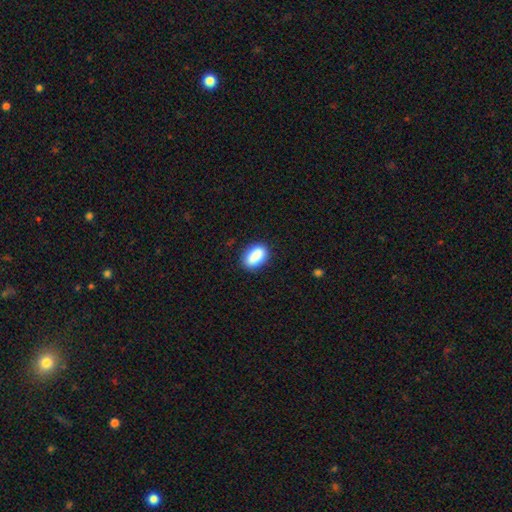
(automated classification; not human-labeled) The model was most divided on "merging": none: 84%, minor disturbance: 12%, major disturbance: 3%, merger: 2%. More confident: how rounded — in between (86%); smooth or featured — smooth (86%).